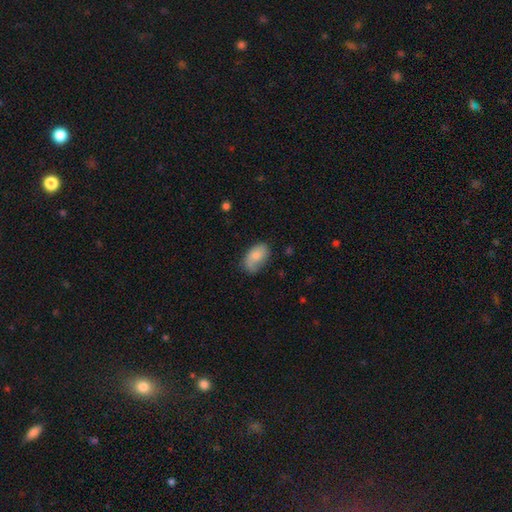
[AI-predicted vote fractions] A smooth galaxy with no disk features (74%) that is in between round and cigar-shaped (91%).

Vote fractions:
- Smooth or featured? smooth: 74% / featured or disk: 19% / star or artifact: 7%
- How rounded? in between: 91% / round: 7% / cigar-shaped: 2%
- Merging? none: 59% / minor disturbance: 28% / major disturbance: 10% / merger: 3%